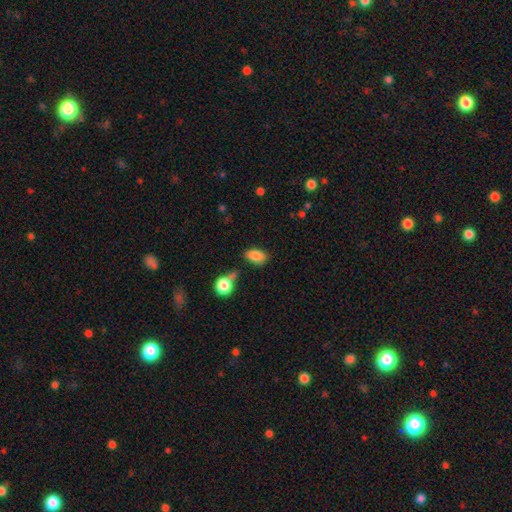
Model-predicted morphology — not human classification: Smooth or featured? smooth (85%)
How rounded? in between (88%)
Merging? none (70%)